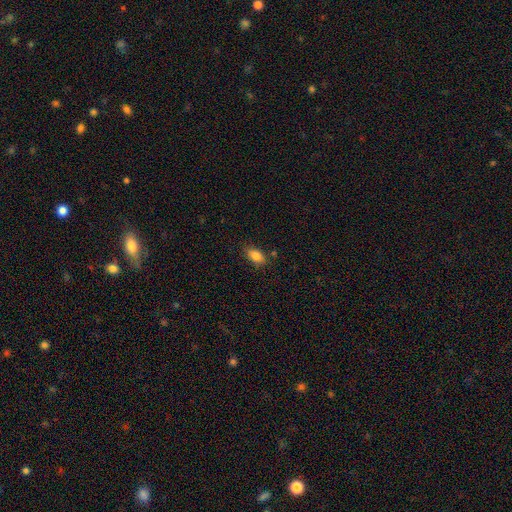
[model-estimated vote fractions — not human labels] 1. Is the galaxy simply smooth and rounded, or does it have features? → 85% smooth, 9% star or artifact, 6% featured or disk.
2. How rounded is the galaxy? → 89% in between, 8% round, 4% cigar-shaped.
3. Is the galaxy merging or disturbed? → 81% none, 13% minor disturbance, 3% major disturbance, 3% merger.